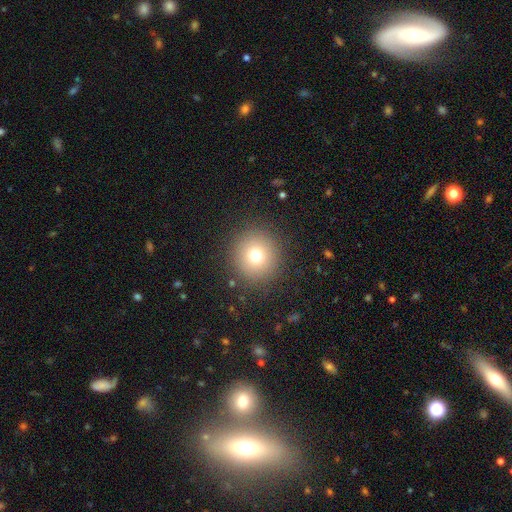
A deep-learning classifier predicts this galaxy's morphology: Smooth or featured? Predicted: smooth (p=0.74). How rounded? Predicted: round (p=0.94). Merging? Predicted: none (p=0.90).